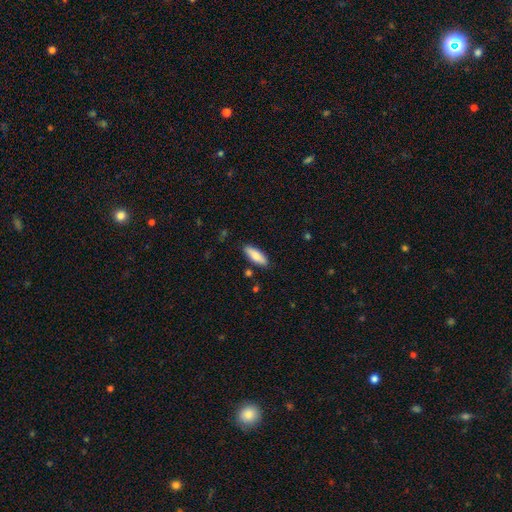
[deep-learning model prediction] A smooth galaxy with no disk features (81%) that is in between round and cigar-shaped (58%). Merging: none (85%).